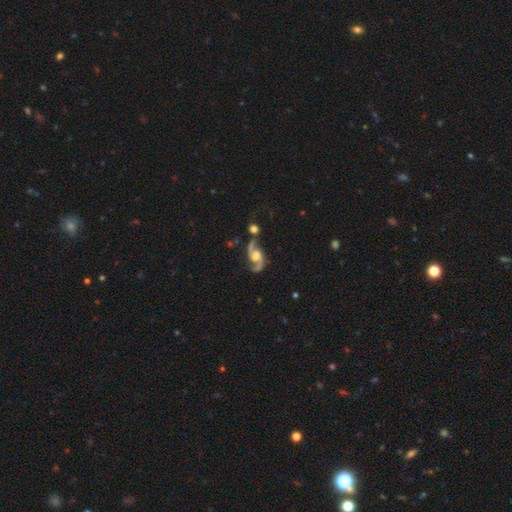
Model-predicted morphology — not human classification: featured or disk 91%, star or artifact 5%, smooth 5%. Down the decision tree: edge-on disk — no (97%); bar — no (55%); spiral arms — yes (98%); spiral arm count — 2 (94%); spiral winding — loose (50%); bulge size — moderate (46%); merging — none (67%).